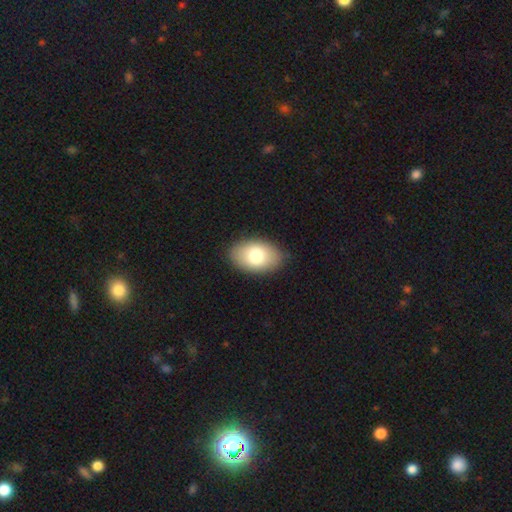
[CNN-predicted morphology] Overall: smooth (78%). How rounded: in between (90%). Merging: none (87%).